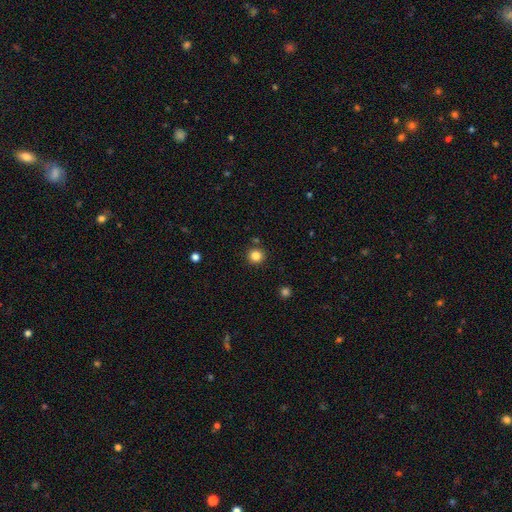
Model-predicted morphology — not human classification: smooth-or-featured: smooth: 84% | star or artifact: 12% | featured or disk: 4%
  how-rounded: round: 95% | in between: 4% | cigar-shaped: 1%
  merging: none: 89% | minor disturbance: 6% | merger: 3% | major disturbance: 2%